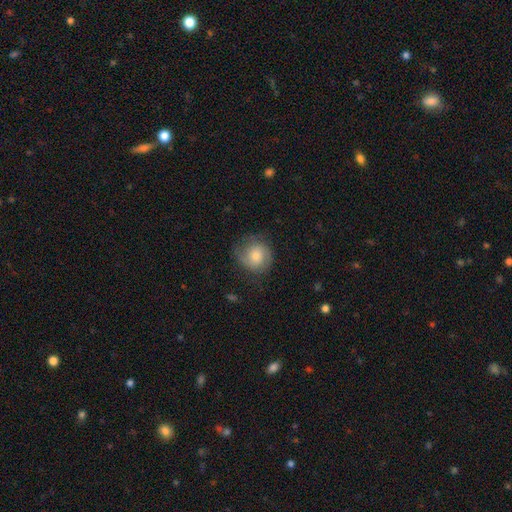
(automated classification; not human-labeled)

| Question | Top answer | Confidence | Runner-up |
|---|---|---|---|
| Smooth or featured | smooth | 49% | featured or disk (43%) |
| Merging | none | 72% | minor disturbance (19%) |